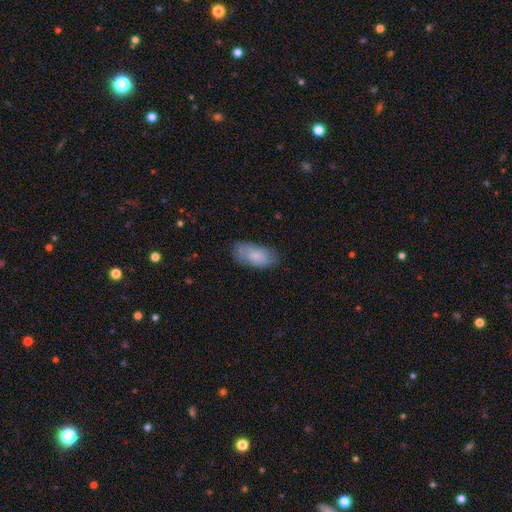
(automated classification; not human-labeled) Morphology: type=smooth (76%); roundness=in between (92%); merging=none (69%).